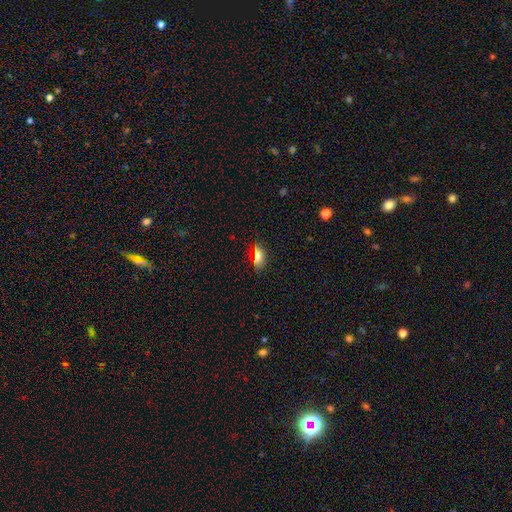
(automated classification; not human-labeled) Q: Smooth or featured?
A: smooth (67%); runner-up: star or artifact (17%)
Q: How rounded?
A: in between (76%); runner-up: cigar-shaped (14%)
Q: Merging?
A: none (86%); runner-up: minor disturbance (10%)